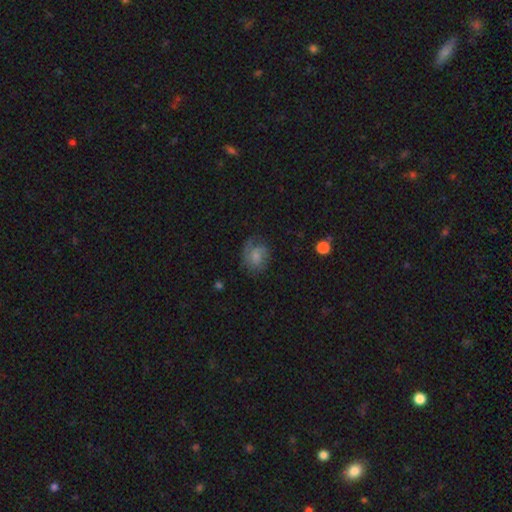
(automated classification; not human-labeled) smooth_or_featured: smooth (p=0.49) [alt: featured or disk p=0.41]
merging: none (p=0.51) [alt: minor disturbance p=0.26]